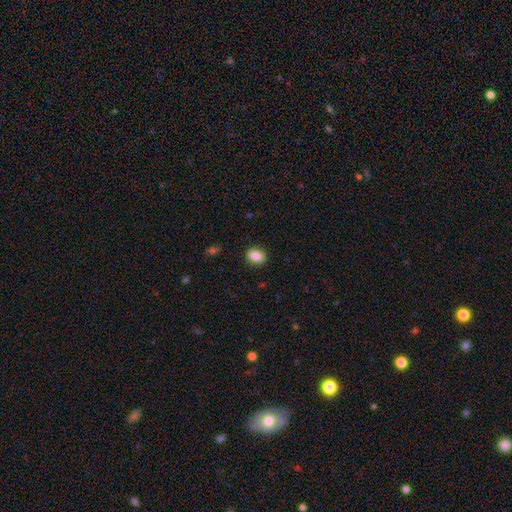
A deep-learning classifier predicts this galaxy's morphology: type=smooth (85%); roundness=in between (61%); merging=none (88%).